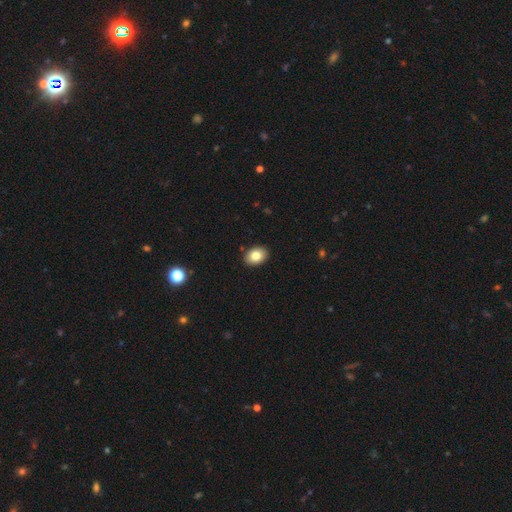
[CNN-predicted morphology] The model was most divided on "how rounded": in between: 74%, round: 26%, cigar-shaped: 1%. More confident: merging — none (90%); smooth or featured — smooth (82%).